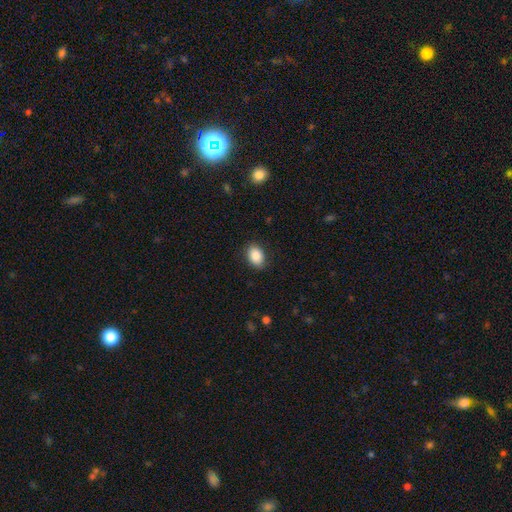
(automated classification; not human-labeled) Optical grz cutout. It shows a smooth galaxy with no disk features (87%) that is in between round and cigar-shaped (81%). Merging: none (88%).